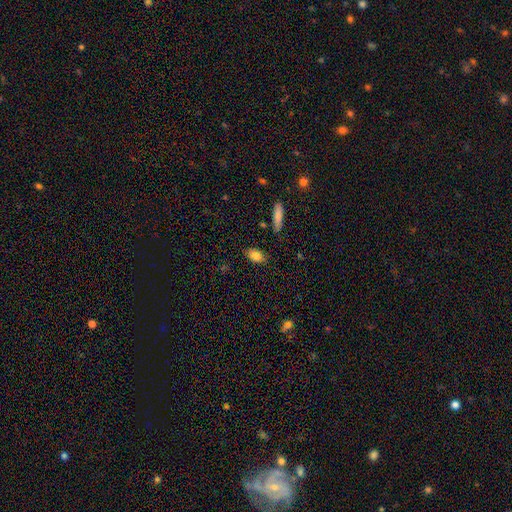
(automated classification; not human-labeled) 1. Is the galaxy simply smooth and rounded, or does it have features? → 82% smooth, 10% featured or disk, 8% star or artifact.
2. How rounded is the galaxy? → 85% in between, 10% round, 5% cigar-shaped.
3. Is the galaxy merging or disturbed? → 84% none, 12% minor disturbance, 3% major disturbance, 2% merger.